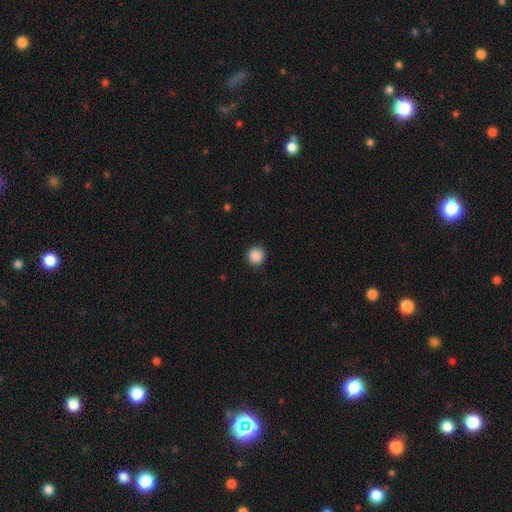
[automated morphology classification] Smooth or featured: smooth — 89% (star or artifact — 9%)
How rounded: round — 94% (in between — 5%)
Merging: none — 91% (minor disturbance — 6%)